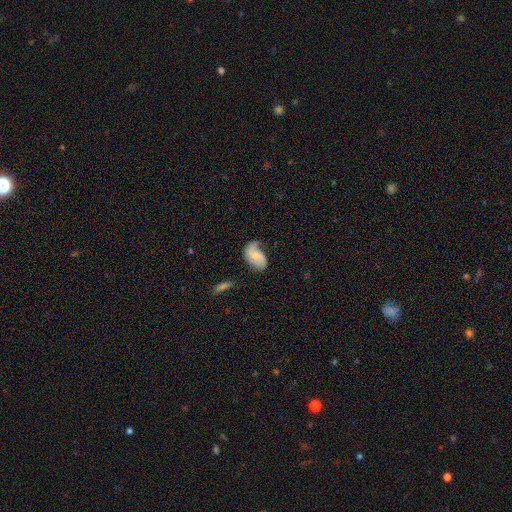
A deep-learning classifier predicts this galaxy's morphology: Smooth or featured?
  - featured or disk: 53% *
  - smooth: 40%
  - star or artifact: 7%
Edge-on disk?
  - no: 96% *
  - yes: 4%
Bar?
  - no: 53% *
  - weak: 37%
  - strong: 10%
Spiral arms?
  - yes: 88% *
  - no: 12%
Bulge size?
  - small: 45% *
  - moderate: 25%
  - none: 25%
  - large: 3%
  - dominant: 1%
Merging?
  - none: 44% *
  - minor disturbance: 33%
  - major disturbance: 20%
  - merger: 3%